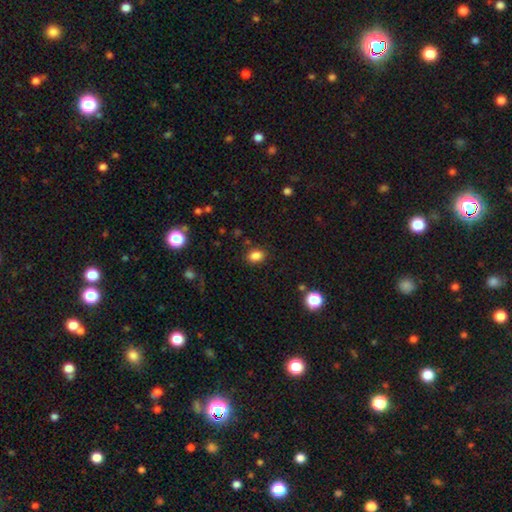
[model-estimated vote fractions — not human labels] Smooth or featured?
  - smooth: 85% *
  - star or artifact: 11%
  - featured or disk: 4%
How rounded?
  - in between: 76% *
  - round: 23%
  - cigar-shaped: 1%
Merging?
  - none: 86% *
  - minor disturbance: 10%
  - major disturbance: 3%
  - merger: 2%